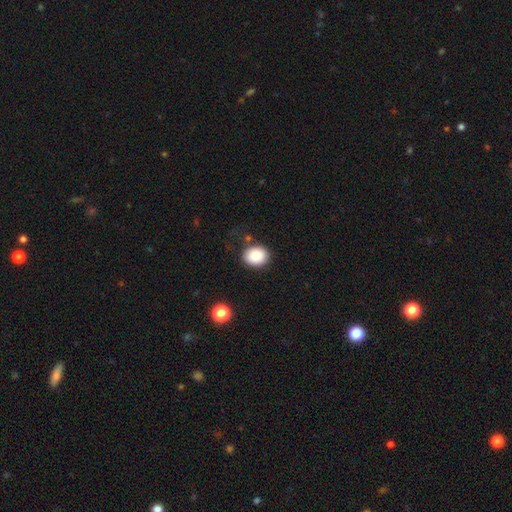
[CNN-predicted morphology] A smooth galaxy with no disk features (87%) that is round (54%). Merging: none (81%).